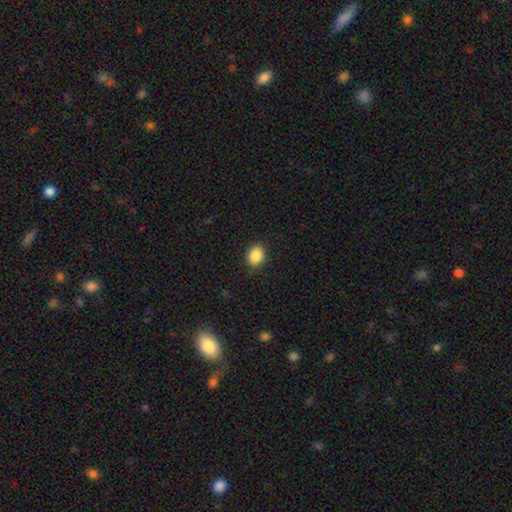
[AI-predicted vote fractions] smooth_or_featured: smooth (p=0.88) [alt: star or artifact p=0.08]
how_rounded: in between (p=0.58) [alt: round p=0.41]
merging: none (p=0.88) [alt: minor disturbance p=0.08]